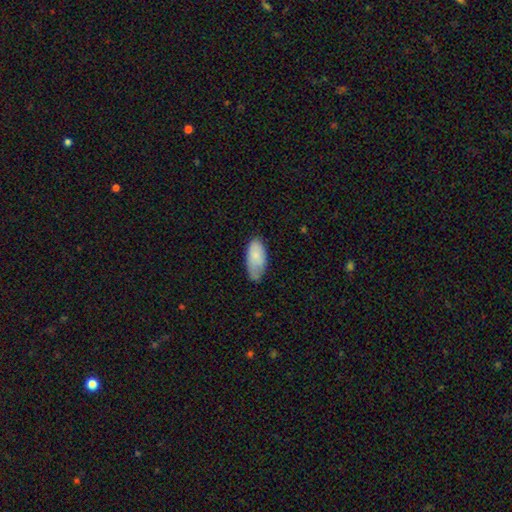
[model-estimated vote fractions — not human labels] A smooth galaxy with no disk features (79%) that is in between round and cigar-shaped (92%).

Vote fractions:
- Smooth or featured? smooth: 79% / featured or disk: 15% / star or artifact: 6%
- How rounded? in between: 92% / cigar-shaped: 5% / round: 2%
- Merging? none: 48% / minor disturbance: 41% / major disturbance: 9% / merger: 2%